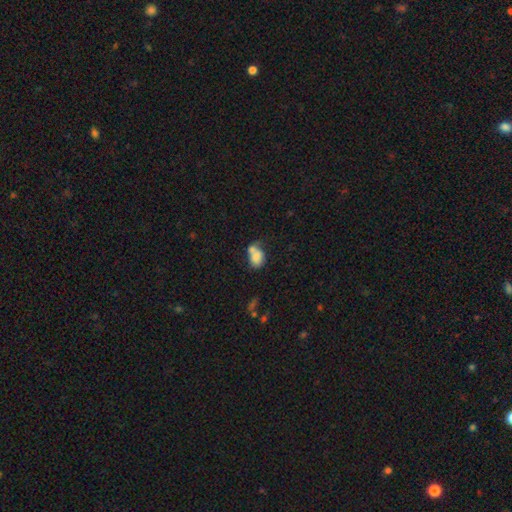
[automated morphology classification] type=smooth (75%); roundness=in between (73%); merging=merger (47%).